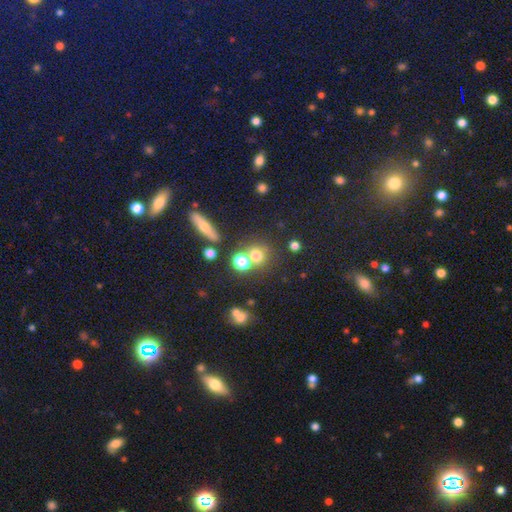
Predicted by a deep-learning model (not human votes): Smooth or featured?
  - smooth: 68% *
  - star or artifact: 19%
  - featured or disk: 13%
How rounded?
  - round: 83% *
  - in between: 15%
  - cigar-shaped: 3%
Merging?
  - none: 59% *
  - merger: 28%
  - minor disturbance: 9%
  - major disturbance: 4%